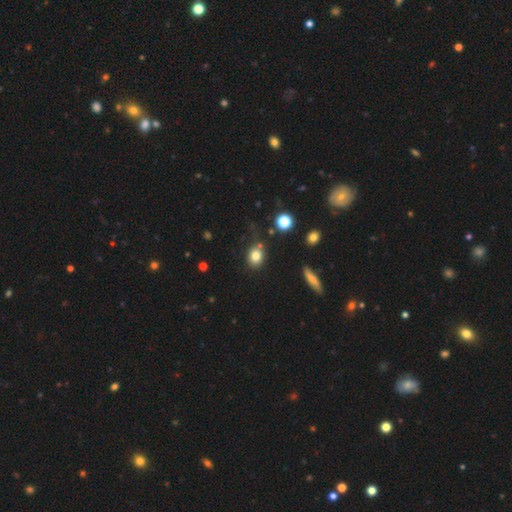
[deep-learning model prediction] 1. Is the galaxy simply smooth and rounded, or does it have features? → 80% smooth, 12% star or artifact, 8% featured or disk.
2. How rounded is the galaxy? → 50% round, 48% in between, 2% cigar-shaped.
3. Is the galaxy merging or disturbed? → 68% none, 17% minor disturbance, 9% merger, 6% major disturbance.